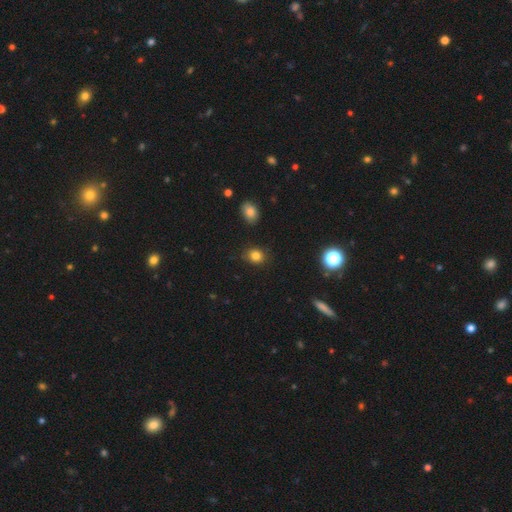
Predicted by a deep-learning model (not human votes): Morphology: type=smooth (82%); roundness=round (61%); merging=none (84%).